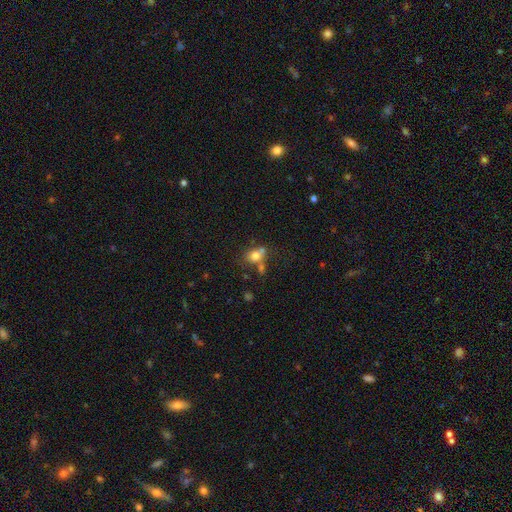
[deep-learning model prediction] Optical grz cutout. It shows a smooth galaxy with no disk features (75%) that is round (57%). Merging: none (43%).